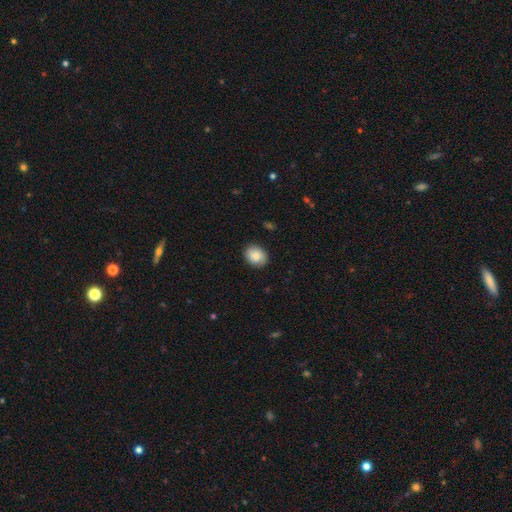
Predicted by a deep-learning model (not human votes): smooth 82%, featured or disk 10%, star or artifact 7%. Down the decision tree: how rounded — round (53%); merging — none (87%).